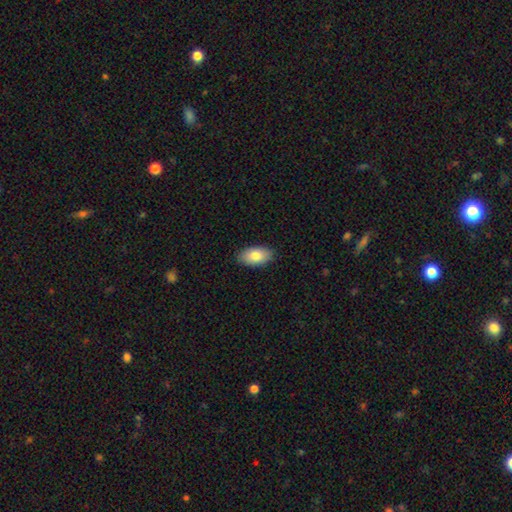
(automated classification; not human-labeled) Q: Smooth or featured?
A: smooth (82%); runner-up: featured or disk (12%)
Q: How rounded?
A: in between (94%); runner-up: round (4%)
Q: Merging?
A: none (88%); runner-up: minor disturbance (9%)